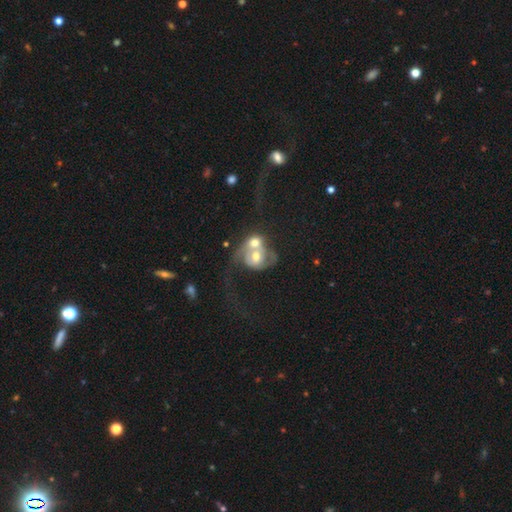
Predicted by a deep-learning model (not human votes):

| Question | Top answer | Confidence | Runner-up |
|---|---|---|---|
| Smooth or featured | featured or disk | 58% | smooth (34%) |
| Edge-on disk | no | 97% | yes (3%) |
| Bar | no | 76% | weak (19%) |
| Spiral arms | yes | 61% | no (39%) |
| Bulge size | moderate | 62% | large (17%) |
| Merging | merger | 74% | major disturbance (12%) |